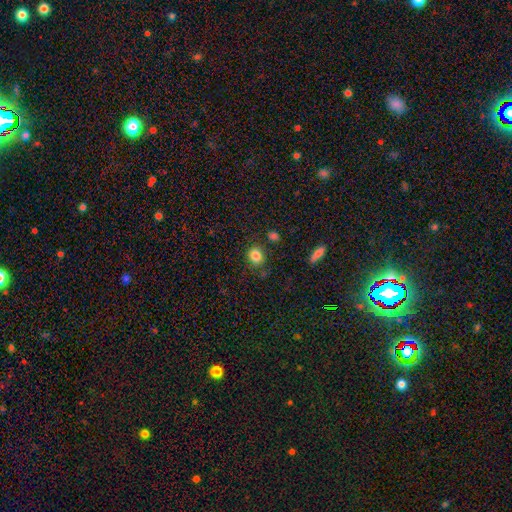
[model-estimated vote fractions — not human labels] A smooth galaxy with no disk features (84%) that is round (64%). Merging: none (79%).